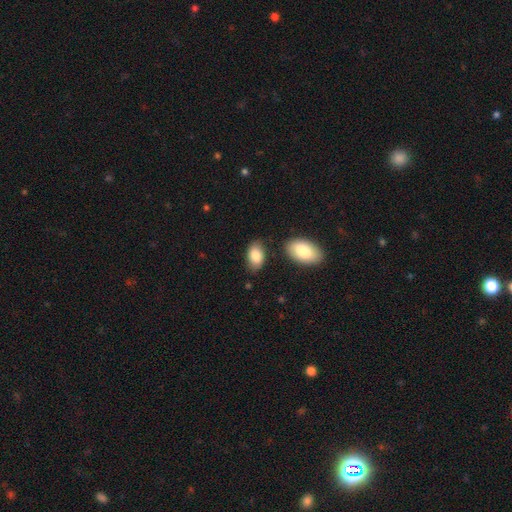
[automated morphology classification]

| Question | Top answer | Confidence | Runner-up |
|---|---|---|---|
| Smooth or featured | smooth | 84% | featured or disk (10%) |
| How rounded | in between | 92% | round (6%) |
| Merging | none | 77% | minor disturbance (14%) |